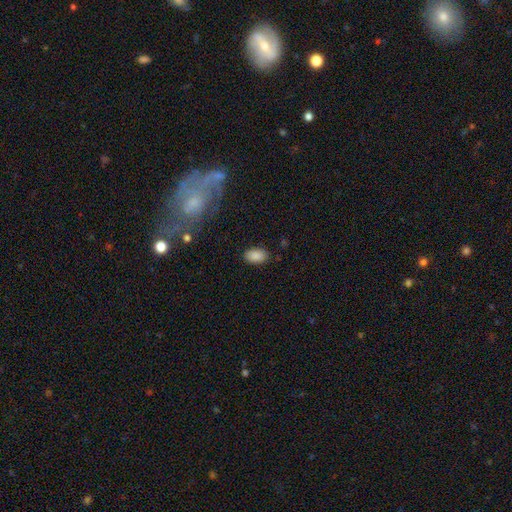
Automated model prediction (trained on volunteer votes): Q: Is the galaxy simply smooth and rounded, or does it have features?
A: smooth — 88%.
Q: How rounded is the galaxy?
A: in between — 92%.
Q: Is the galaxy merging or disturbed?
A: none — 84%.